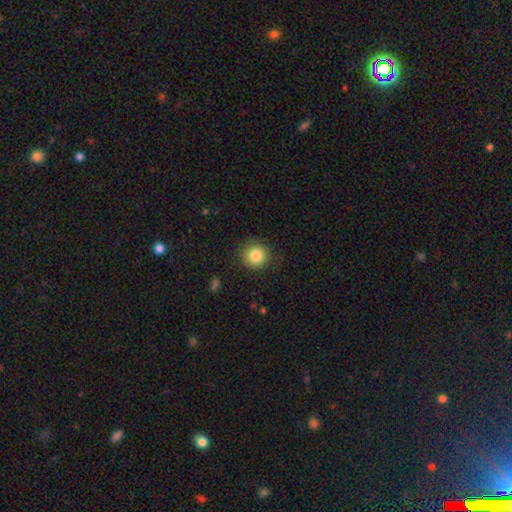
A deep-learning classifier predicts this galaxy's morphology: smooth-or-featured: smooth: 85% | star or artifact: 9% | featured or disk: 6%
  how-rounded: round: 92% | in between: 7% | cigar-shaped: 1%
  merging: none: 86% | minor disturbance: 10% | major disturbance: 3% | merger: 1%